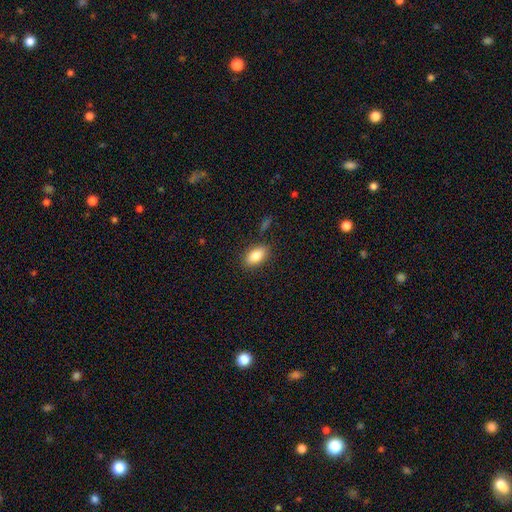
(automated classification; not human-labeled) Morphology: type=smooth (84%); roundness=in between (90%); merging=none (85%).